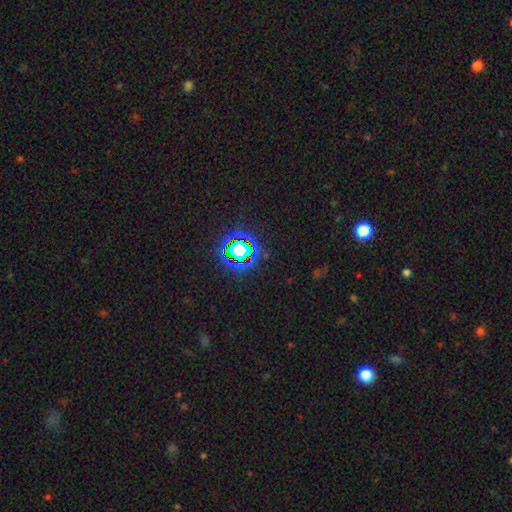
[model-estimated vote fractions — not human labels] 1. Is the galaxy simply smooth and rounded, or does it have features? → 76% star or artifact, 16% smooth, 8% featured or disk.